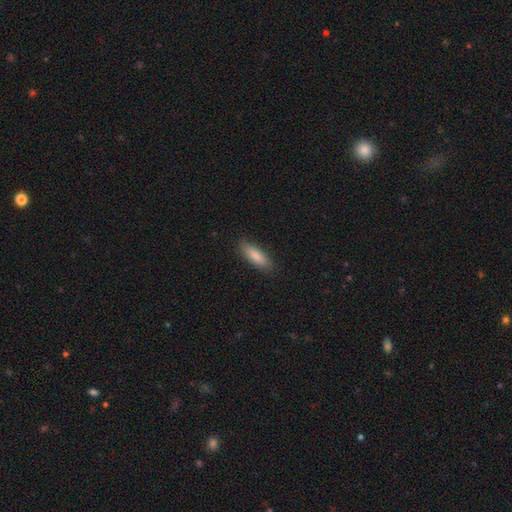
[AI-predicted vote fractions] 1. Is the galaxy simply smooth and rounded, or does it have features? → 86% smooth, 8% featured or disk, 6% star or artifact.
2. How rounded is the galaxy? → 56% in between, 42% cigar-shaped, 2% round.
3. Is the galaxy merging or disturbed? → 87% none, 9% minor disturbance, 2% major disturbance, 1% merger.